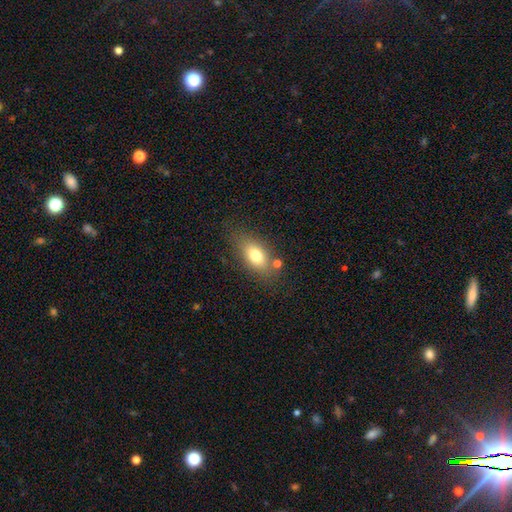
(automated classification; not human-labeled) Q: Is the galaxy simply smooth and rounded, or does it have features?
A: smooth — 75%.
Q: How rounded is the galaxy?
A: in between — 83%.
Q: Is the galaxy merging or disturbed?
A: none — 71%.